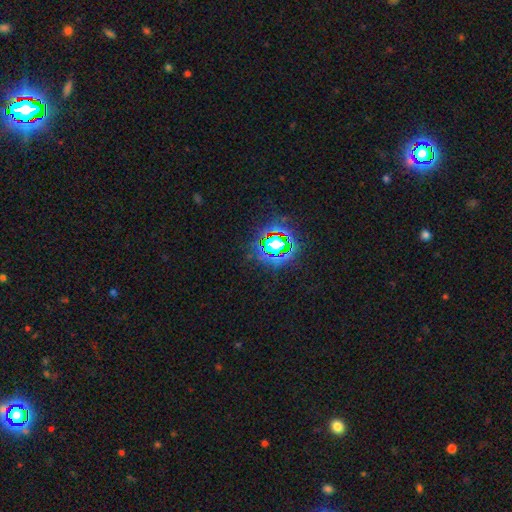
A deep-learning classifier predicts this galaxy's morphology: smooth-or-featured: star or artifact: 79% | smooth: 13% | featured or disk: 8%